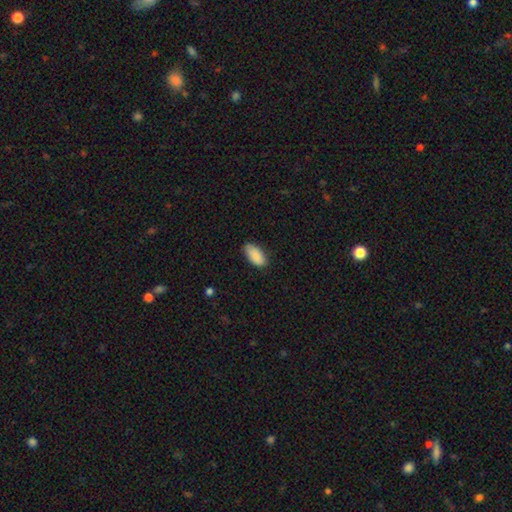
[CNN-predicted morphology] A smooth galaxy with no disk features (89%) that is in between round and cigar-shaped (93%). Merging: none (80%).